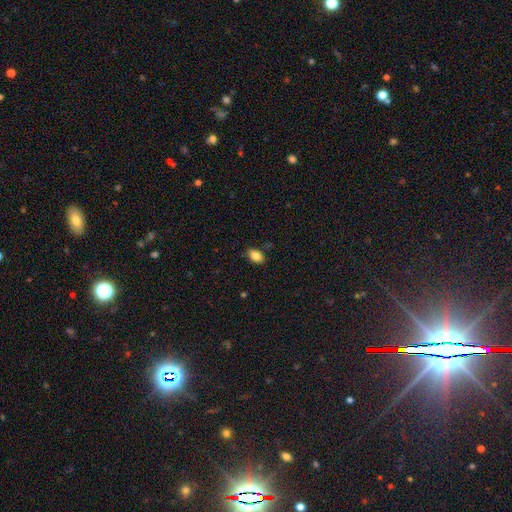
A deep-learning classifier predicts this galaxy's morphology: This is clearly a smooth galaxy (85%). How rounded: clearly in between (90%). Merging: clearly none (85%).